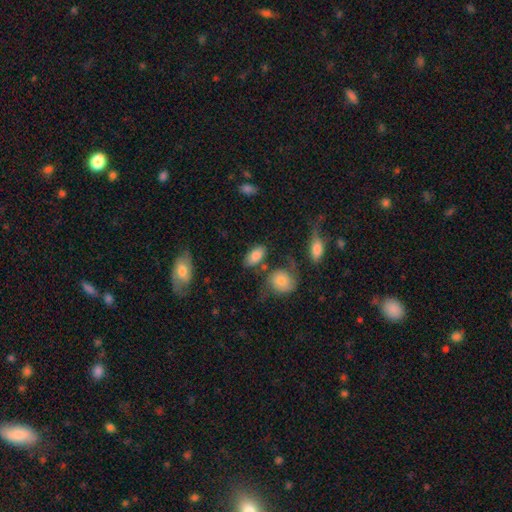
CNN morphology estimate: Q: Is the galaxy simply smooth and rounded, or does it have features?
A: smooth — 84%.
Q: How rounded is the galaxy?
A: in between — 92%.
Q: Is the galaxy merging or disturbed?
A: none — 67%.